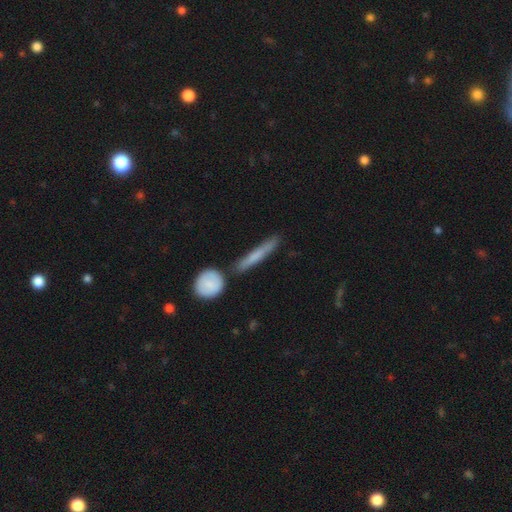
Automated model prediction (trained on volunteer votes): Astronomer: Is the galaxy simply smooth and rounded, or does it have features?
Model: smooth — 63%.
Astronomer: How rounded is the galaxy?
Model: cigar-shaped — 92%.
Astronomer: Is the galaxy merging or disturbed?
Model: none — 76%.